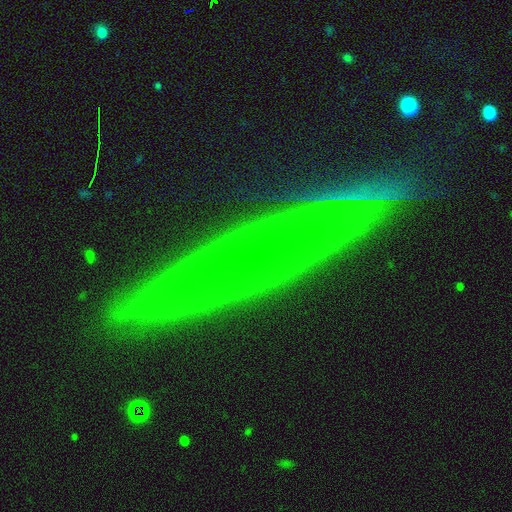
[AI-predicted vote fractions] Smooth or featured? Predicted: featured or disk (p=0.55). Edge-on disk? Predicted: yes (p=0.73). Merging? Predicted: none (p=0.82).